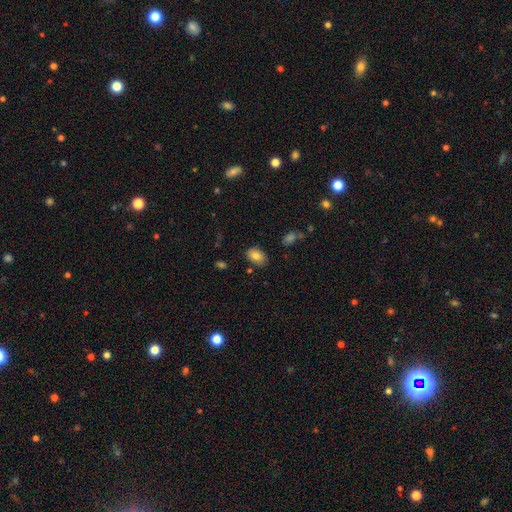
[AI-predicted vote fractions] Smooth or featured?
  - smooth: 82% *
  - featured or disk: 9%
  - star or artifact: 8%
How rounded?
  - in between: 81% *
  - round: 18%
  - cigar-shaped: 1%
Merging?
  - none: 81% *
  - minor disturbance: 14%
  - major disturbance: 3%
  - merger: 3%